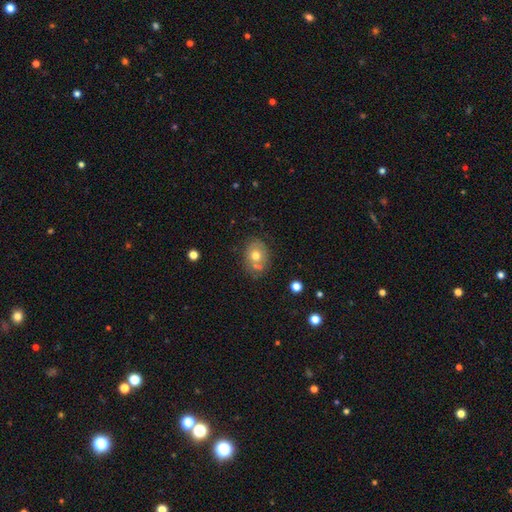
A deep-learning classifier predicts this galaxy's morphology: Smooth or featured? smooth (63%)
How rounded? in between (52%)
Merging? none (61%)